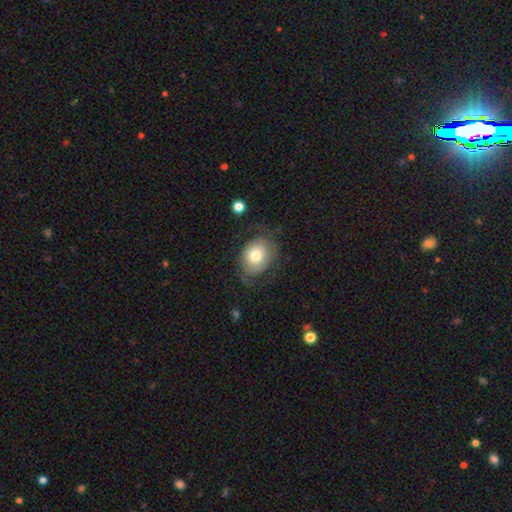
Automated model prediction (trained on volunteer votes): Smooth or featured: smooth — 59% (featured or disk — 33%)
How rounded: in between — 53% (round — 46%)
Merging: none — 60% (minor disturbance — 21%)